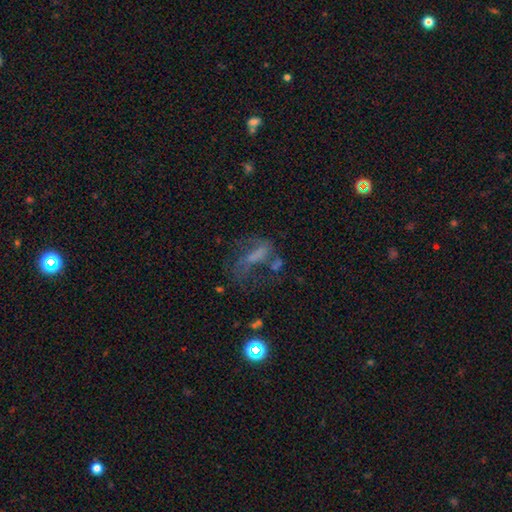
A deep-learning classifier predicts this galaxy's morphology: featured or disk 47%, smooth 31%, star or artifact 22%. Down the decision tree: merging — major disturbance (41%).